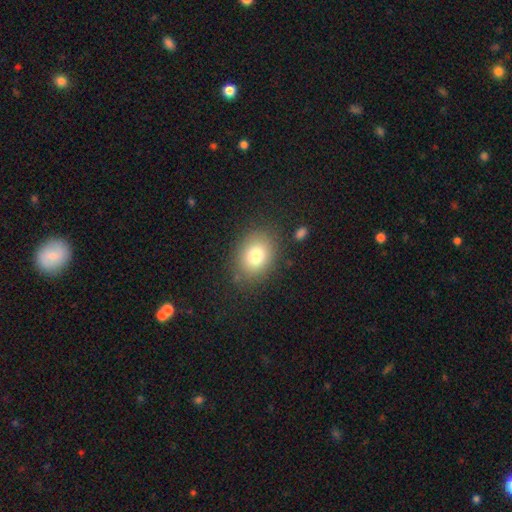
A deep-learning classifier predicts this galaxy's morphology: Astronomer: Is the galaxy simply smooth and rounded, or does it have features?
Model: smooth — 78%.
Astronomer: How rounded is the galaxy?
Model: in between — 53% (runner-up: round, 46%).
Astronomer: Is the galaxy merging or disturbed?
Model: none — 81%.